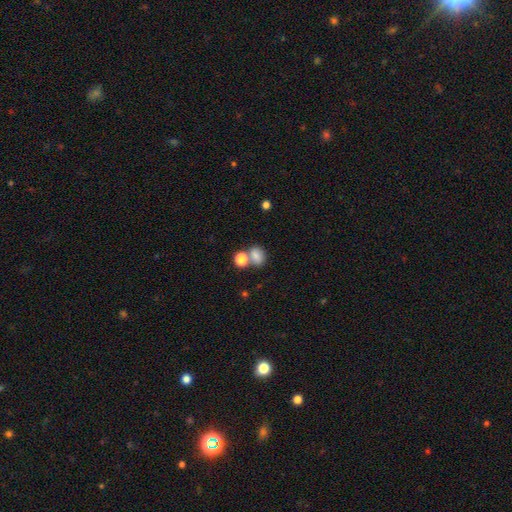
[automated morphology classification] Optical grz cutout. It shows a smooth galaxy with no disk features (79%) that is in between round and cigar-shaped (56%). Merging: none (44%).